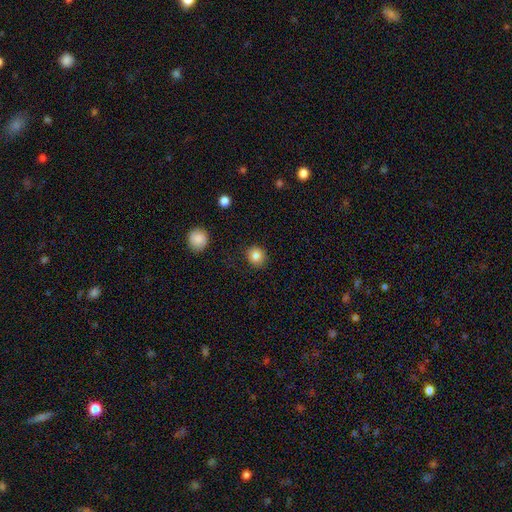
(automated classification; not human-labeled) Q: Smooth or featured?
A: smooth (84%); runner-up: star or artifact (10%)
Q: How rounded?
A: round (87%); runner-up: in between (12%)
Q: Merging?
A: none (89%); runner-up: minor disturbance (8%)